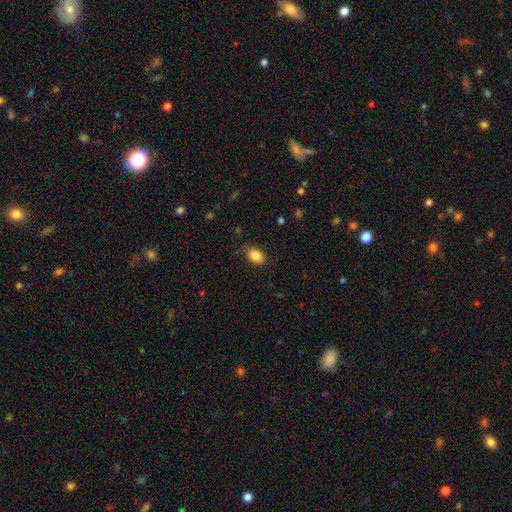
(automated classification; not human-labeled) smooth 85%, star or artifact 9%, featured or disk 6%. Down the decision tree: how rounded — in between (81%); merging — none (75%).